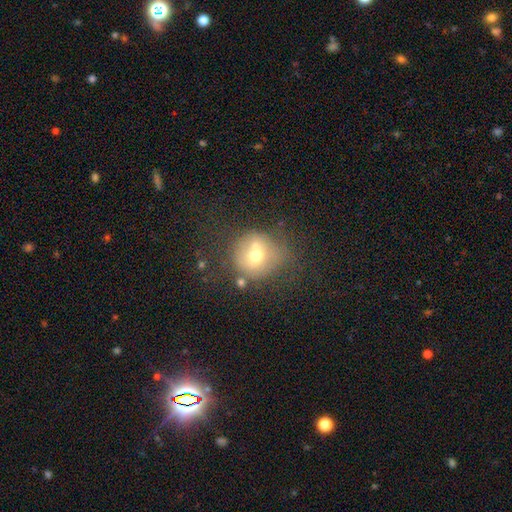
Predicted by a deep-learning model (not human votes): smooth 62%, featured or disk 24%, star or artifact 14%. Down the decision tree: how rounded — round (87%); merging — none (42%).